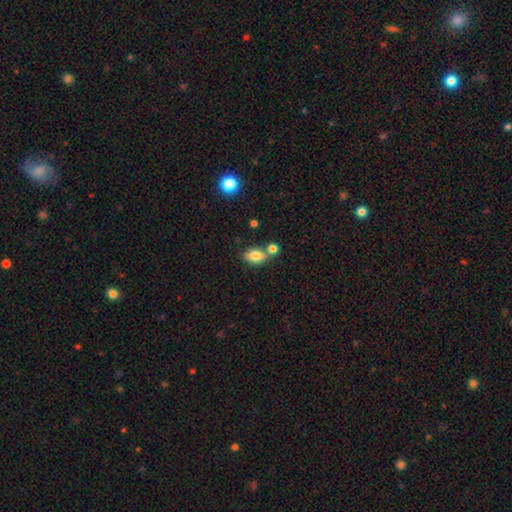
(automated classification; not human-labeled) smooth 79%, featured or disk 11%, star or artifact 9%. Down the decision tree: how rounded — in between (81%); merging — none (57%).